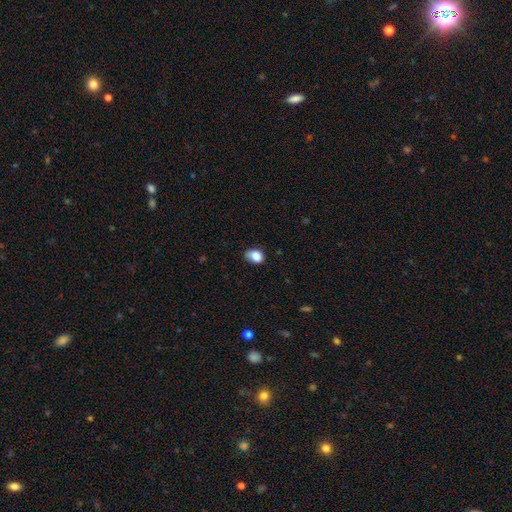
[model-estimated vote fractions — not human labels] This is clearly a smooth galaxy (86%). How rounded: likely in between (72%). Merging: likely none (68%).